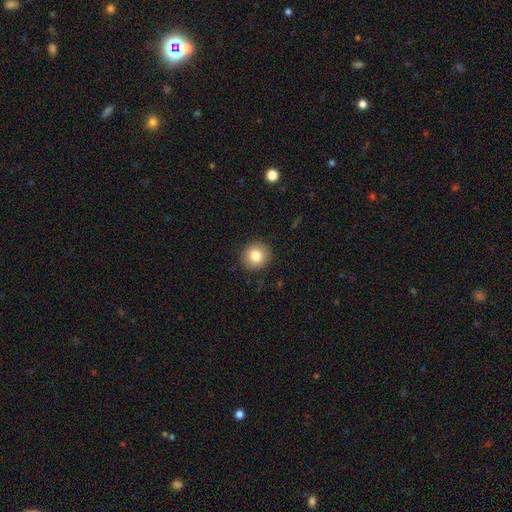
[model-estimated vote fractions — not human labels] Morphology: type=smooth (81%); roundness=round (92%); merging=none (90%).